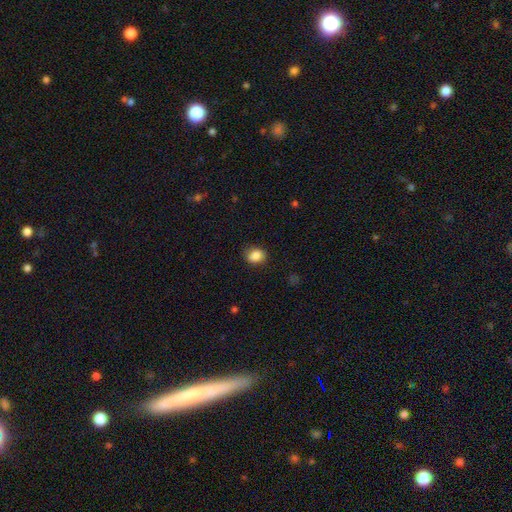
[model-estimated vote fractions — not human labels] This is clearly a smooth galaxy (86%). How rounded: possibly round (53%). Merging: clearly none (81%).